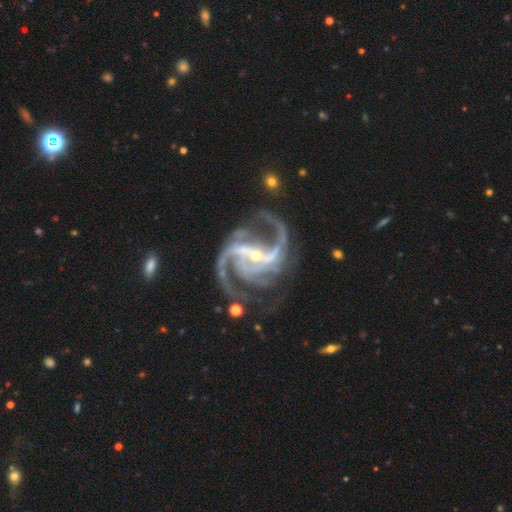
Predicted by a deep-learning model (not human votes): smooth_or_featured: featured or disk (p=0.94) [alt: star or artifact p=0.05]
disk_edge_on: no (p=0.98) [alt: yes p=0.02]
bar: strong (p=0.55) [alt: weak p=0.30]
has_spiral_arms: yes (p=0.99) [alt: no p=0.01]
spiral_winding: medium (p=0.59) [alt: loose p=0.22]
spiral_arm_count: 3 (p=0.37) [alt: 2 p=0.36]
bulge_size: small (p=0.73) [alt: moderate p=0.23]
merging: none (p=0.61) [alt: major disturbance p=0.19]